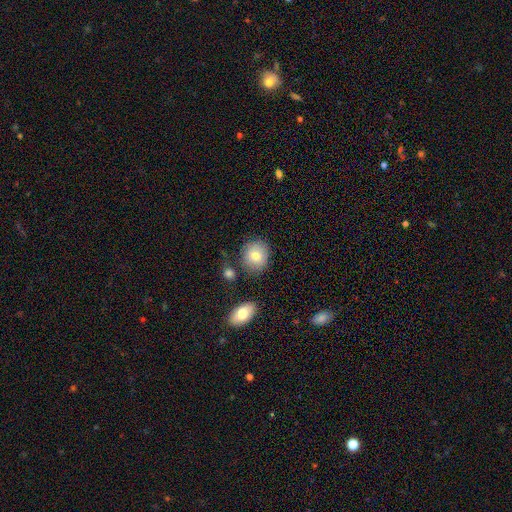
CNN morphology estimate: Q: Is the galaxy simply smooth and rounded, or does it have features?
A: smooth — 78%.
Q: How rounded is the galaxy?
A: round — 76%.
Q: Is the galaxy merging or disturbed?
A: none — 75%.